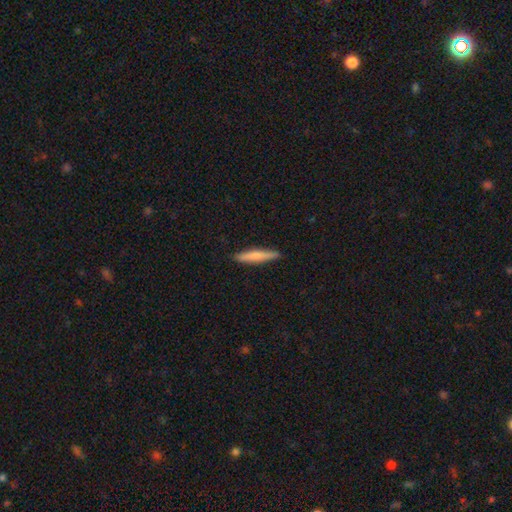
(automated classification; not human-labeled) This appears to be a smooth galaxy with no disk features (71%) that is cigar-shaped (92%). Merging: none (89%).